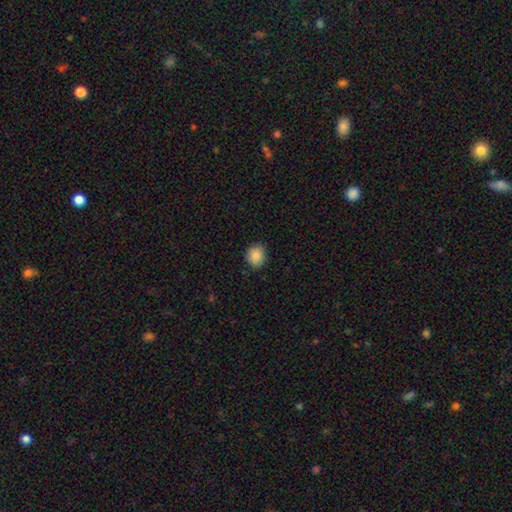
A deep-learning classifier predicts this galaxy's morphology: This is clearly a smooth galaxy (87%). How rounded: likely round (70%). Merging: clearly none (84%).